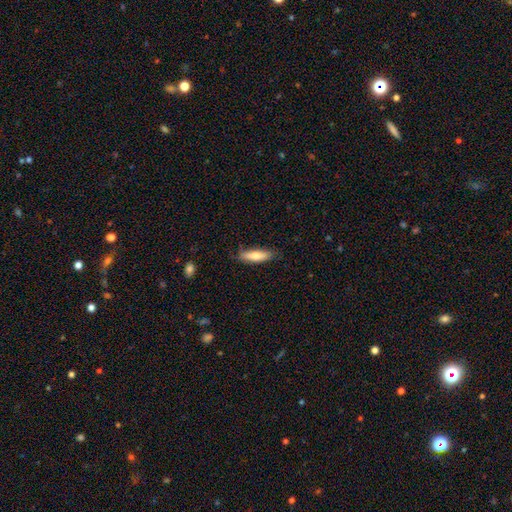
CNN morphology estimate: smooth 75%, featured or disk 19%, star or artifact 6%. Down the decision tree: how rounded — cigar-shaped (62%); merging — none (82%).